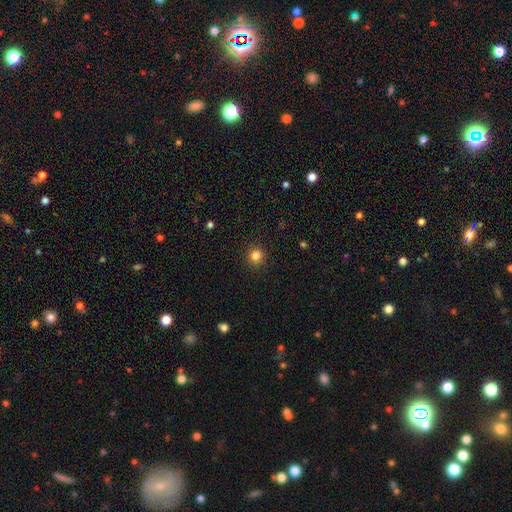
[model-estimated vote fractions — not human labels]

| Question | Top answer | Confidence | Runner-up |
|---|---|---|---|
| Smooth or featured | smooth | 83% | star or artifact (13%) |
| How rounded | round | 93% | in between (6%) |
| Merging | none | 92% | minor disturbance (5%) |